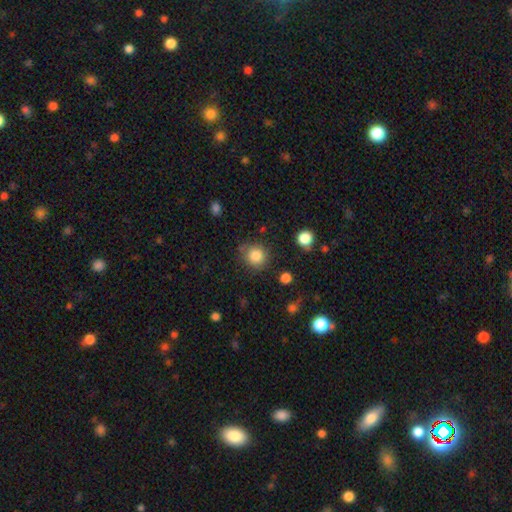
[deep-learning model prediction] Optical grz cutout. It shows a smooth galaxy with no disk features (83%) that is round (91%). Merging: none (78%).